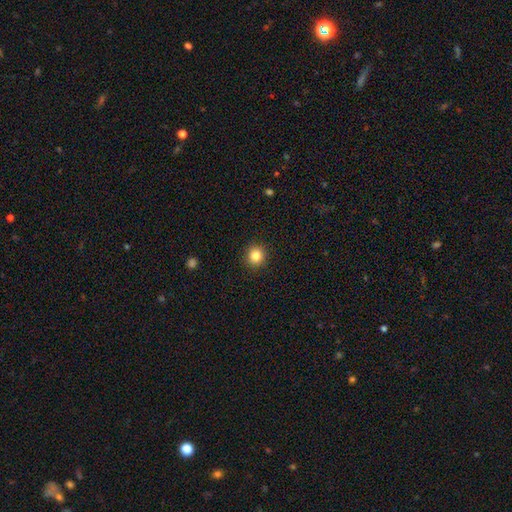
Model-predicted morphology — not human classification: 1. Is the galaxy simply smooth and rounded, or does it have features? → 83% smooth, 11% star or artifact, 5% featured or disk.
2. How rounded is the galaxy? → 92% round, 7% in between, 1% cigar-shaped.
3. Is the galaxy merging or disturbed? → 92% none, 5% minor disturbance, 2% major disturbance, 1% merger.